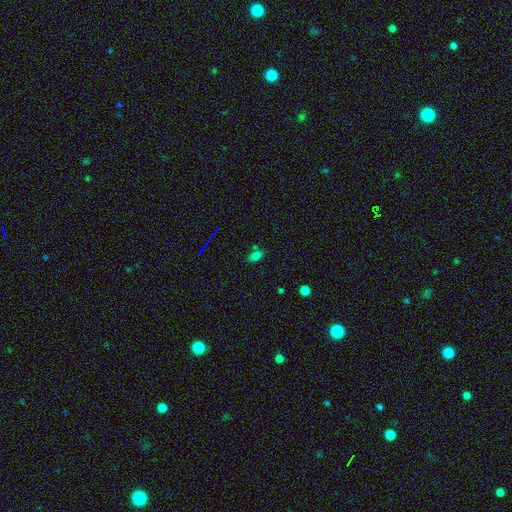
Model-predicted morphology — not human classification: type=smooth (70%); roundness=in between (85%); merging=none (67%).